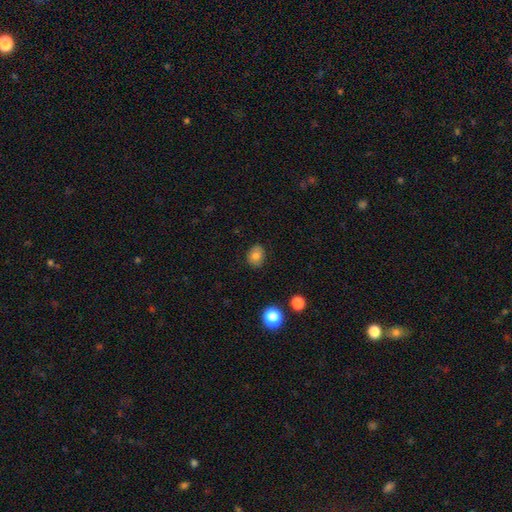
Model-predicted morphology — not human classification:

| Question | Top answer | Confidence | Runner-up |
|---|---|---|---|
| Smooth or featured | smooth | 77% | featured or disk (12%) |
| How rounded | round | 52% | in between (47%) |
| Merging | none | 85% | minor disturbance (12%) |